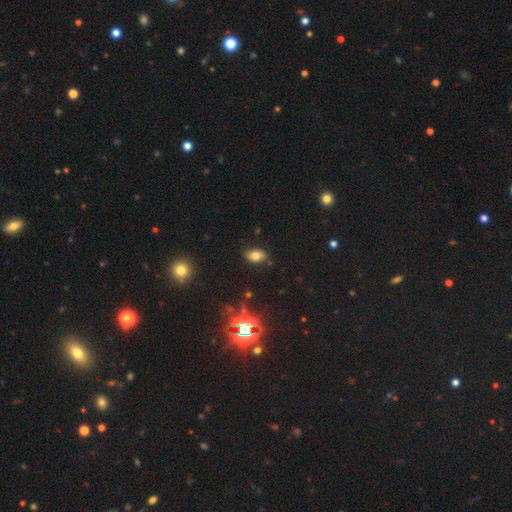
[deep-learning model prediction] Smooth or featured? Predicted: smooth (p=0.72). How rounded? Predicted: in between (p=0.87). Merging? Predicted: none (p=0.81).